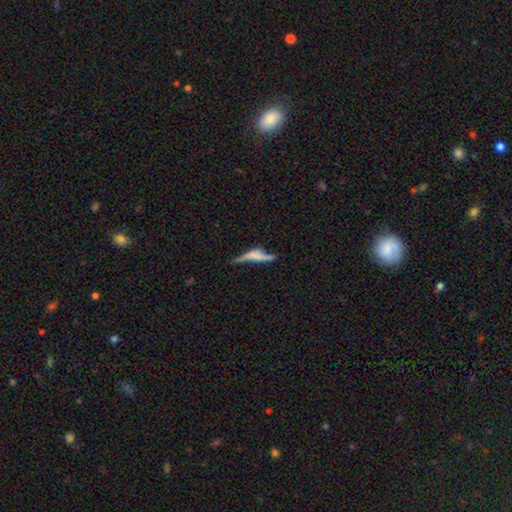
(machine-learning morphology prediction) Smooth or featured? Predicted: featured or disk (p=0.52). Edge-on disk? Predicted: yes (p=0.66). Merging? Predicted: none (p=0.35).